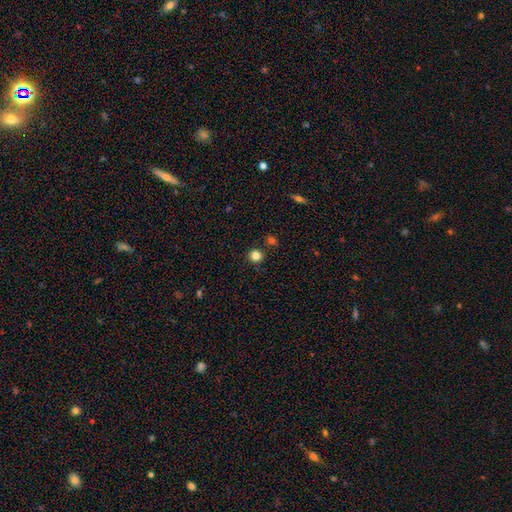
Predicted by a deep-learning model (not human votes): smooth 82%, star or artifact 13%, featured or disk 5%. Down the decision tree: how rounded — round (91%); merging — none (86%).